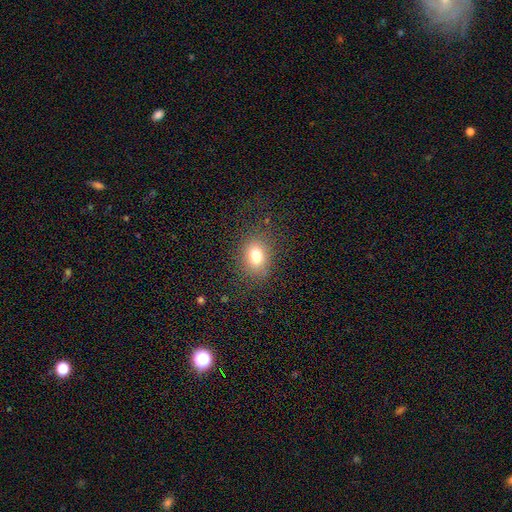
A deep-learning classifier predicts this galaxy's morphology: smooth 77%, star or artifact 13%, featured or disk 10%. Down the decision tree: how rounded — in between (52%); merging — none (82%).